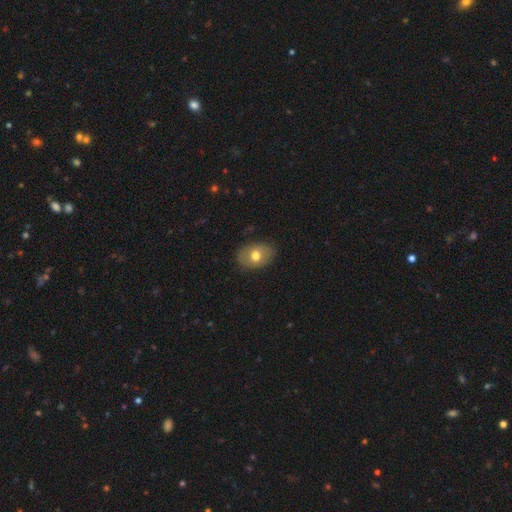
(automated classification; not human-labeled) The model was most divided on "smooth or featured": smooth: 67%, featured or disk: 25%, star or artifact: 8%. More confident: merging — none (85%); how rounded — in between (77%).